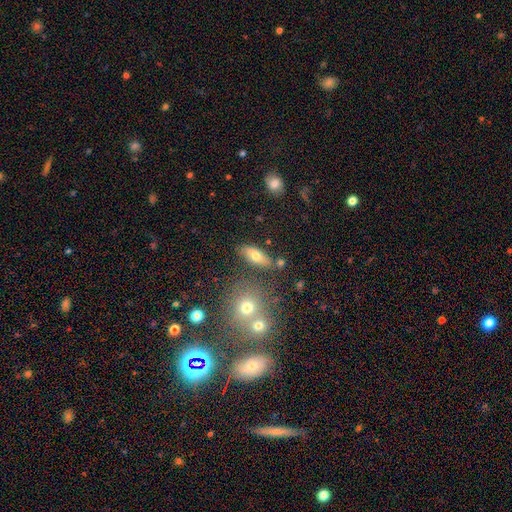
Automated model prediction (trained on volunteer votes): The model was most divided on "smooth or featured": smooth: 67%, featured or disk: 22%, star or artifact: 12%. More confident: how rounded — in between (79%); merging — none (76%).